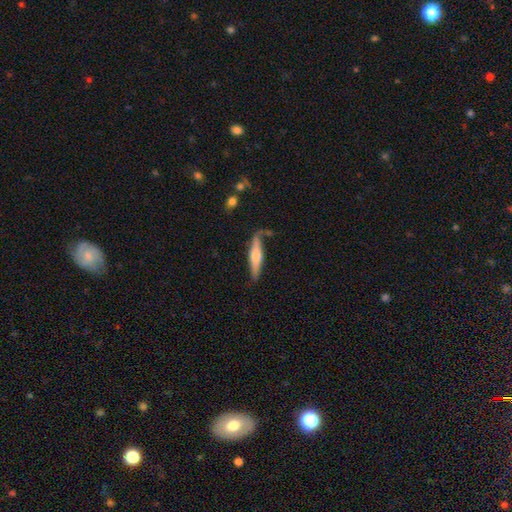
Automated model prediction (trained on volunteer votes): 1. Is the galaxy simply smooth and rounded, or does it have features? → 50% featured or disk, 45% smooth, 5% star or artifact.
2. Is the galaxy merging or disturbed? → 69% none, 20% minor disturbance, 5% major disturbance, 5% merger.